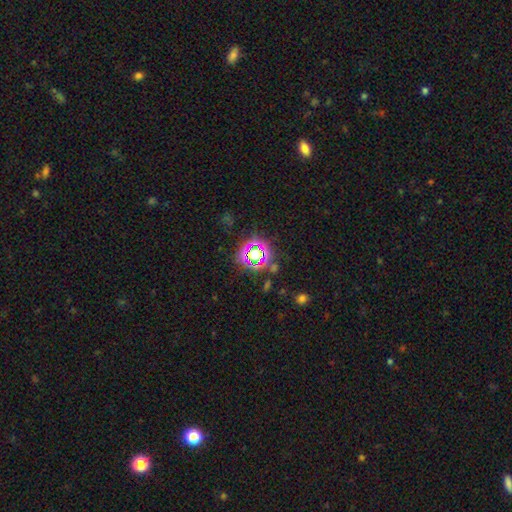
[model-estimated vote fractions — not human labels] This appears to be a star or artifact, not a galaxy (65%).